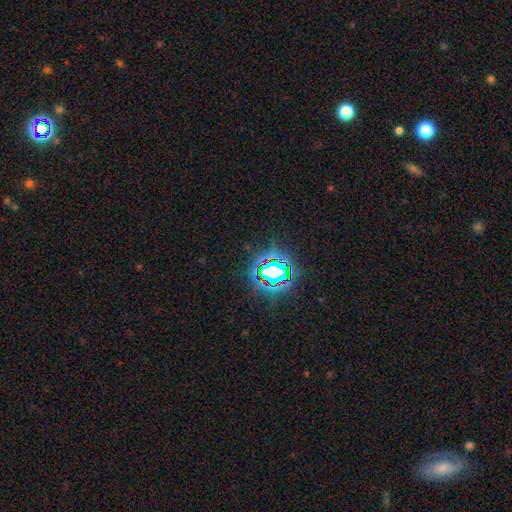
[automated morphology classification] This appears to be a star or artifact, not a galaxy (78%).